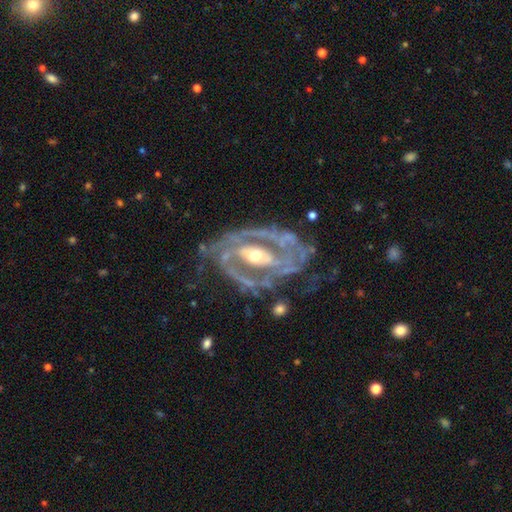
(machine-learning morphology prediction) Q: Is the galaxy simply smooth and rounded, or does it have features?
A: featured or disk — 90%.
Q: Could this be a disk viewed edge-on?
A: no — 96%.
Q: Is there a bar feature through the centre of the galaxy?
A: no — 36%.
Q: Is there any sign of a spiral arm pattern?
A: yes — 90%.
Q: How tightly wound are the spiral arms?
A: tight — 46%.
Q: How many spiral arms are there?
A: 2 — 52%.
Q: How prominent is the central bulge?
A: moderate — 65%.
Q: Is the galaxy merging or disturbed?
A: none — 54%.